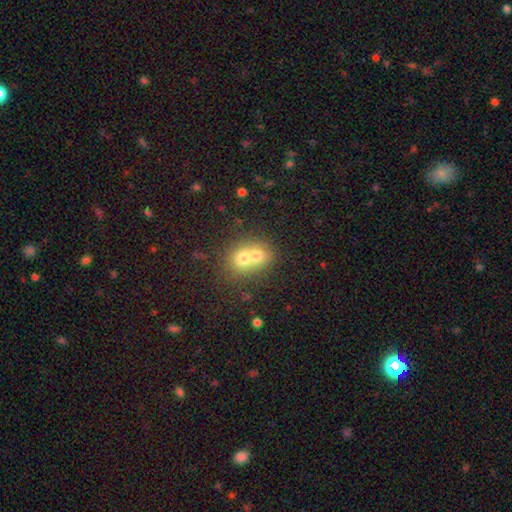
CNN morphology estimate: smooth-or-featured: smooth: 67% | featured or disk: 22% | star or artifact: 10%
  how-rounded: round: 68% | in between: 32% | cigar-shaped: 1%
  merging: merger: 72% | none: 21% | minor disturbance: 5% | major disturbance: 3%